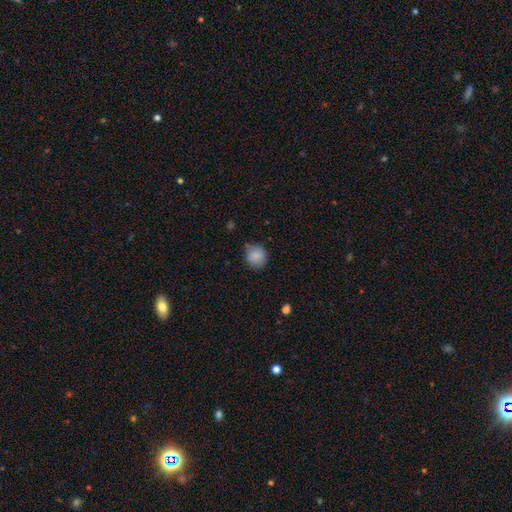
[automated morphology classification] Smooth or featured?
  - smooth: 85% *
  - star or artifact: 8%
  - featured or disk: 7%
How rounded?
  - round: 85% *
  - in between: 14%
  - cigar-shaped: 1%
Merging?
  - none: 78% *
  - minor disturbance: 17%
  - major disturbance: 4%
  - merger: 2%